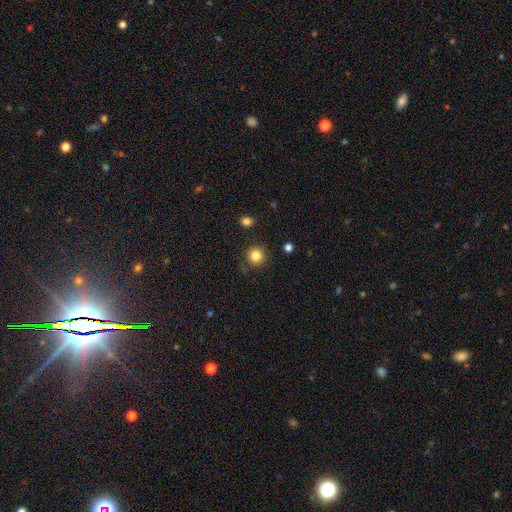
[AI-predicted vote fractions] This is clearly a smooth galaxy (84%). How rounded: clearly round (94%). Merging: clearly none (87%).